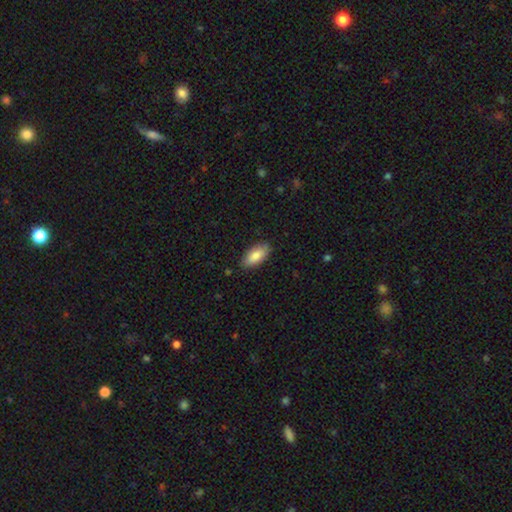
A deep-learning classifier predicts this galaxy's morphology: smooth 83%, featured or disk 11%, star or artifact 6%. Down the decision tree: how rounded — in between (89%); merging — none (85%).